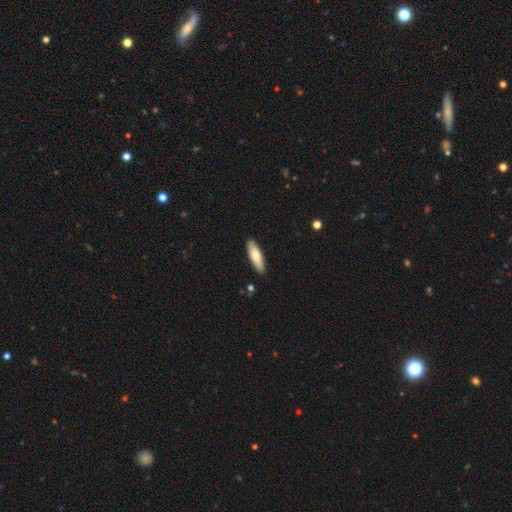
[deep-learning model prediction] This is likely a smooth galaxy (75%). How rounded: possibly cigar-shaped (50%). Merging: clearly none (89%).